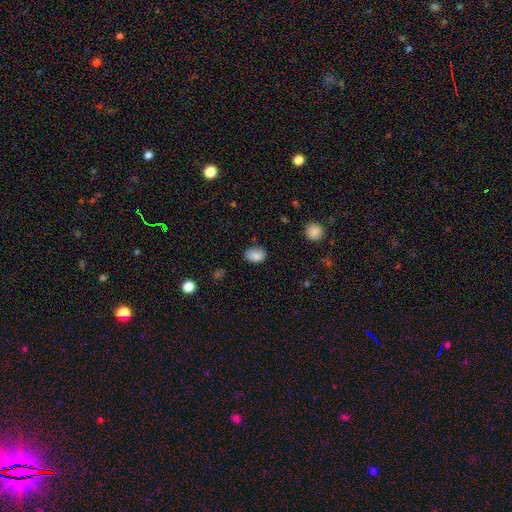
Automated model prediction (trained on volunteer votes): Overall: smooth (86%). How rounded: in between (78%). Merging: none (75%).